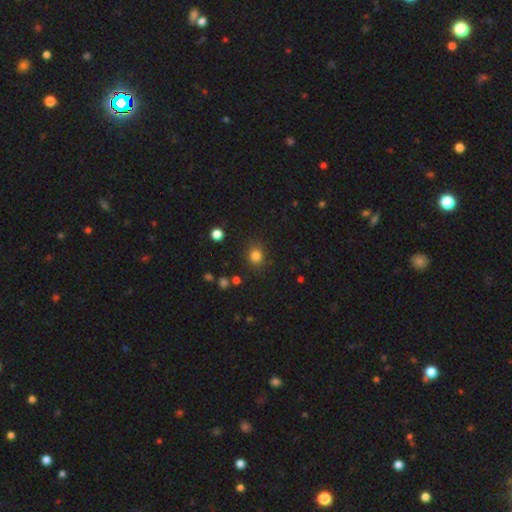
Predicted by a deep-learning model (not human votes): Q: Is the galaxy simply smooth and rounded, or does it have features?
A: smooth — 81%.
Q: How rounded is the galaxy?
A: round — 73%.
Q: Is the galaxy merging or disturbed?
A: none — 86%.